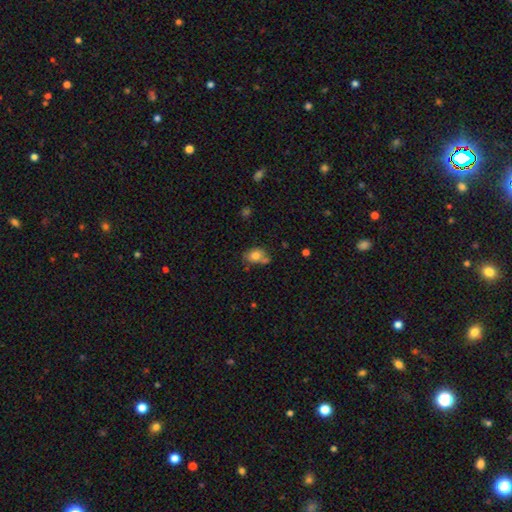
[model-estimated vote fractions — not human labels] smooth-or-featured: smooth: 78% | featured or disk: 12% | star or artifact: 10%
  how-rounded: in between: 69% | round: 30% | cigar-shaped: 1%
  merging: none: 52% | minor disturbance: 22% | merger: 20% | major disturbance: 7%